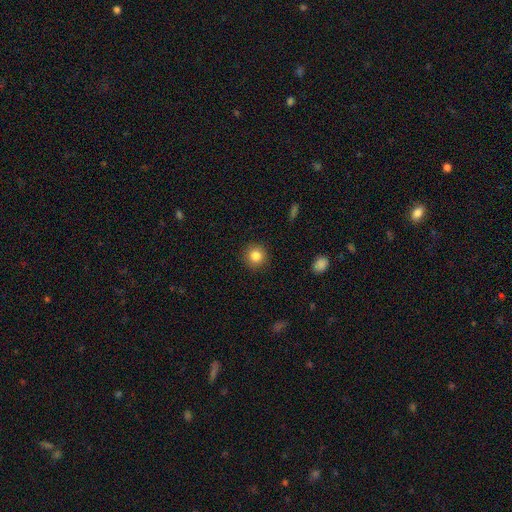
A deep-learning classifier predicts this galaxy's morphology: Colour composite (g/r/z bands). It shows a smooth galaxy with no disk features (84%) that is round (94%). Merging: none (92%).